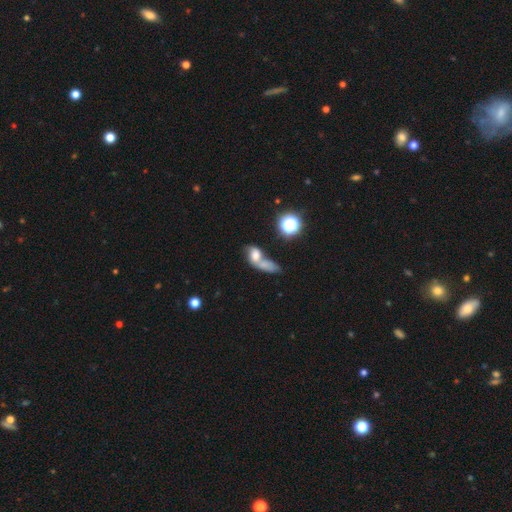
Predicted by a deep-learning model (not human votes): A smooth galaxy with no disk features (61%) that is in between round and cigar-shaped (66%). Merging: merger (60%).